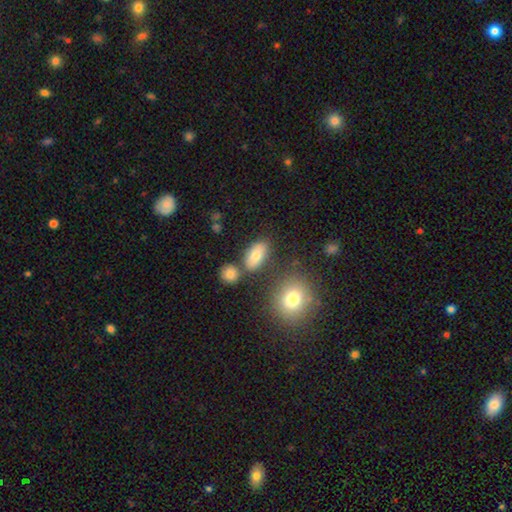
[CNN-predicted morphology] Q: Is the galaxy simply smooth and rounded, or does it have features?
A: smooth — 76%.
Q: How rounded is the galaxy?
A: in between — 87%.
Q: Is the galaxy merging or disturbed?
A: none — 75%.